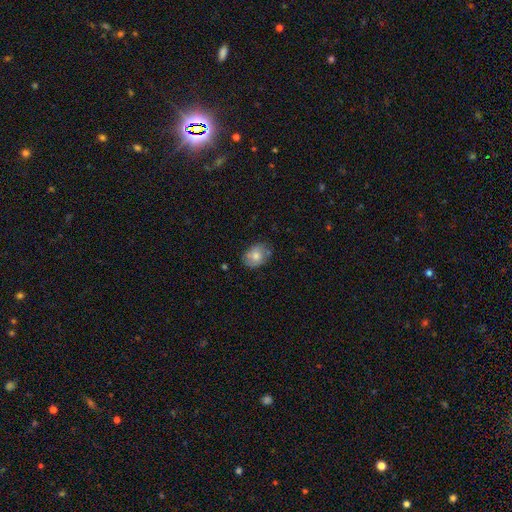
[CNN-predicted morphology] Smooth or featured? Predicted: smooth (p=0.69). How rounded? Predicted: in between (p=0.70). Merging? Predicted: none (p=0.71).